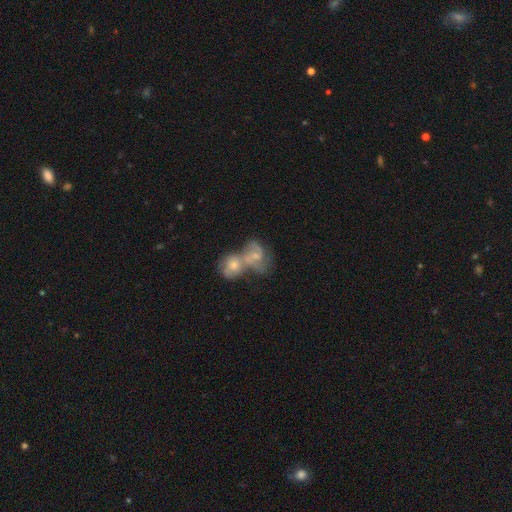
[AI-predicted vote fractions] This is possibly a featured or disk galaxy (58%). It is clearly not viewed edge-on (97%). Bar: possibly no (60%). Spiral arm pattern: likely yes (77%). Central bulge: possibly small (46%). Merging: likely merger (74%).